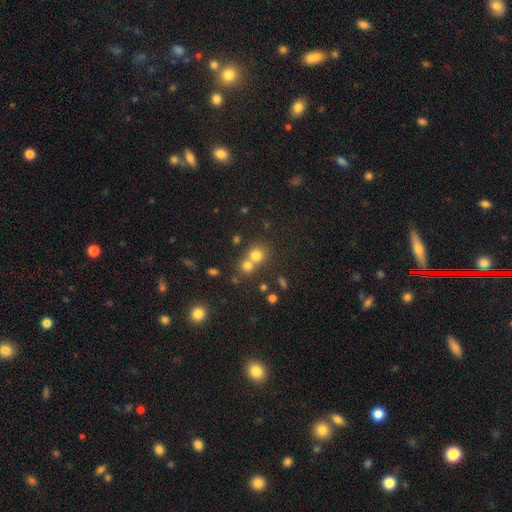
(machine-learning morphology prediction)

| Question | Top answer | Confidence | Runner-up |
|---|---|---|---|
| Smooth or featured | smooth | 73% | star or artifact (16%) |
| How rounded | round | 84% | in between (15%) |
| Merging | merger | 50% | none (42%) |